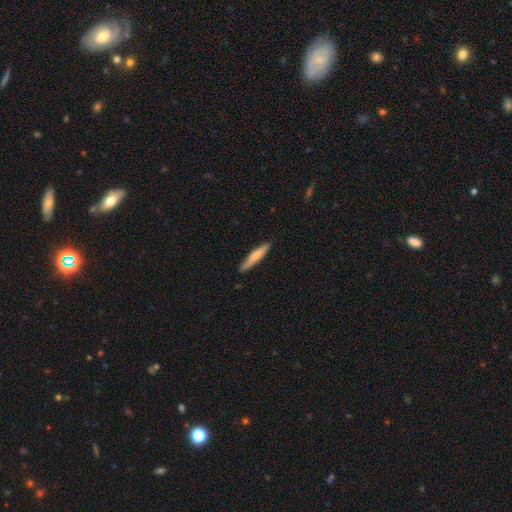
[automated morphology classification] type=smooth (68%); roundness=cigar-shaped (91%); merging=none (88%).